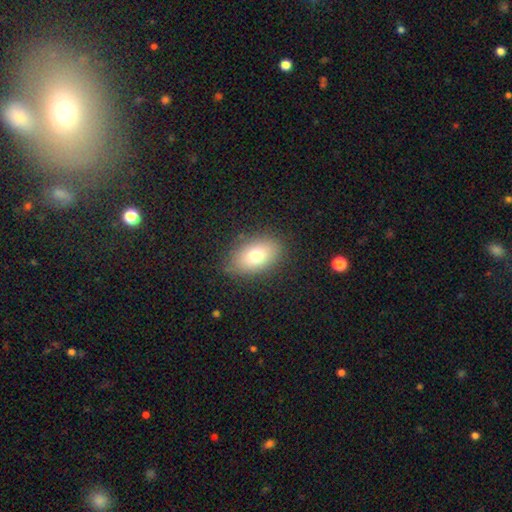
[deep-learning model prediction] A smooth galaxy with no disk features (75%) that is in between round and cigar-shaped (86%). Merging: none (82%).